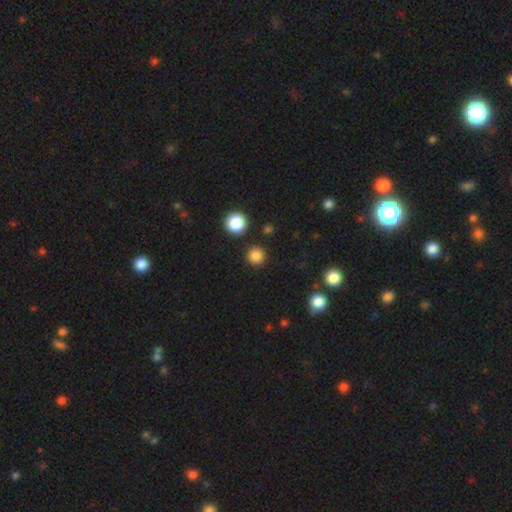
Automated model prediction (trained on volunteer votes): smooth-or-featured: smooth: 83% | star or artifact: 14% | featured or disk: 4%
  how-rounded: round: 94% | in between: 5% | cigar-shaped: 1%
  merging: none: 89% | minor disturbance: 6% | merger: 2% | major disturbance: 2%